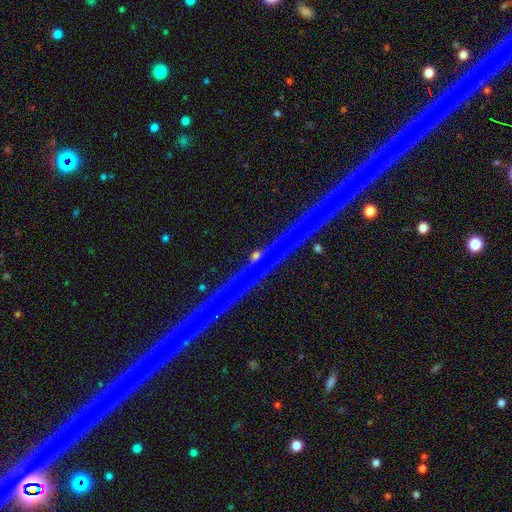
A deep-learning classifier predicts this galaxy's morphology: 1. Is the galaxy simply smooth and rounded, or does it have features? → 86% star or artifact, 10% featured or disk, 4% smooth.